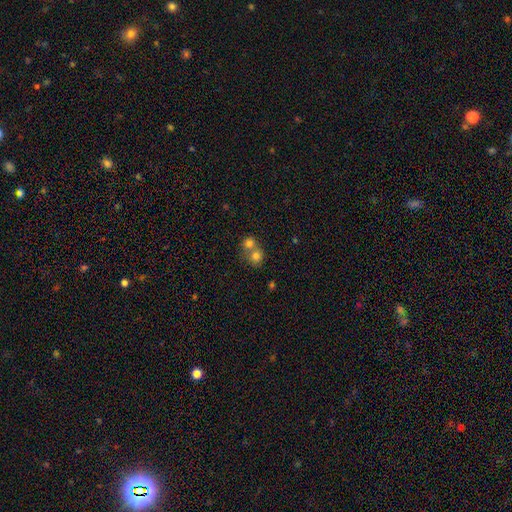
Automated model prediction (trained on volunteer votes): This is likely a smooth galaxy (77%). How rounded: clearly round (80%). Merging: possibly merger (60%).